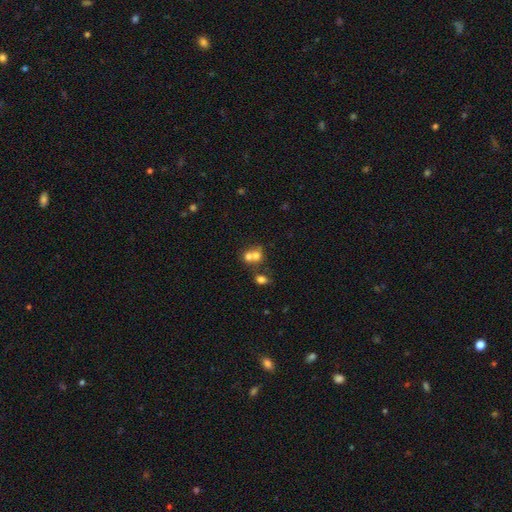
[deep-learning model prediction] smooth-or-featured: smooth: 66% | featured or disk: 19% | star or artifact: 15%
  how-rounded: round: 71% | in between: 28% | cigar-shaped: 1%
  merging: merger: 60% | none: 30% | minor disturbance: 6% | major disturbance: 4%